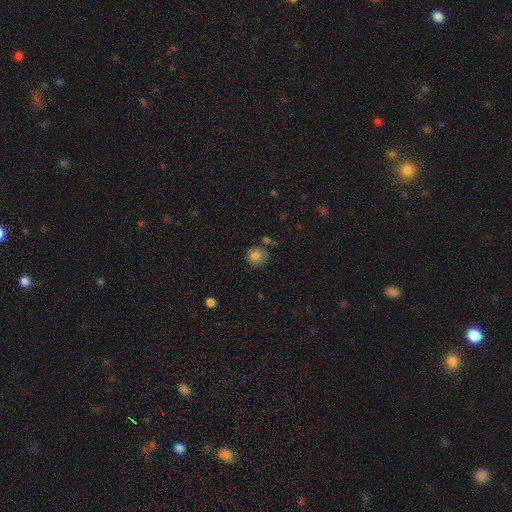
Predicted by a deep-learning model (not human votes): smooth_or_featured: smooth (p=0.79) [alt: featured or disk p=0.12]
how_rounded: round (p=0.83) [alt: in between p=0.16]
merging: none (p=0.75) [alt: minor disturbance p=0.15]